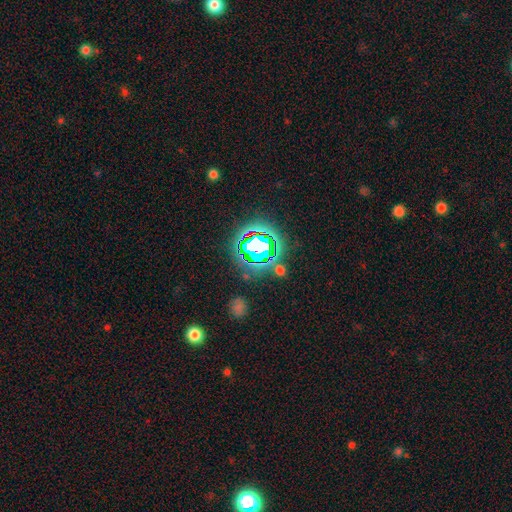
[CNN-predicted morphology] A star or artifact, not a galaxy (72%).

Vote fractions:
- Smooth or featured? star or artifact: 72% / smooth: 17% / featured or disk: 11%